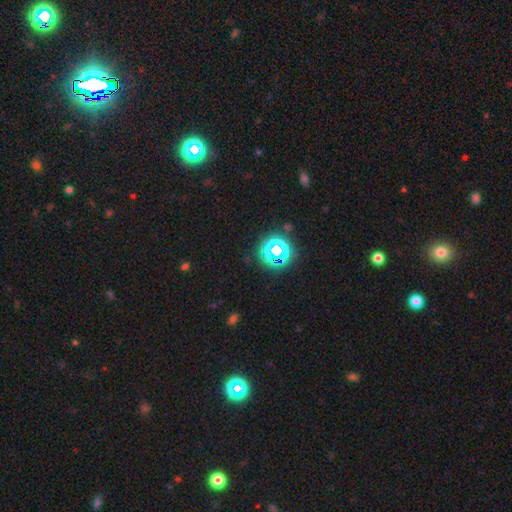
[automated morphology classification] star or artifact 69%, smooth 25%, featured or disk 6%.